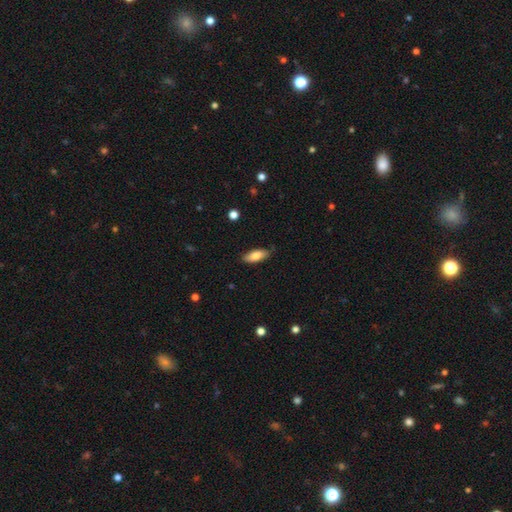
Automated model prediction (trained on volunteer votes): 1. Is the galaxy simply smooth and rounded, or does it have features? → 82% smooth, 12% featured or disk, 6% star or artifact.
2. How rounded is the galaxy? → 76% in between, 22% cigar-shaped, 2% round.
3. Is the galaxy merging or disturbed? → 81% none, 15% minor disturbance, 2% major disturbance, 1% merger.